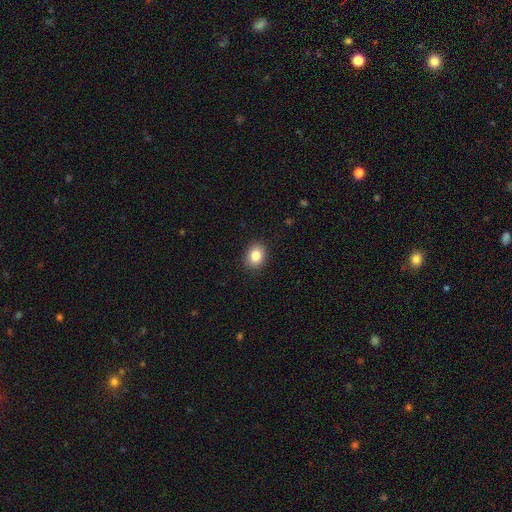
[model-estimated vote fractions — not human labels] A smooth galaxy with no disk features (84%) that is in between round and cigar-shaped (54%). Merging: none (89%).